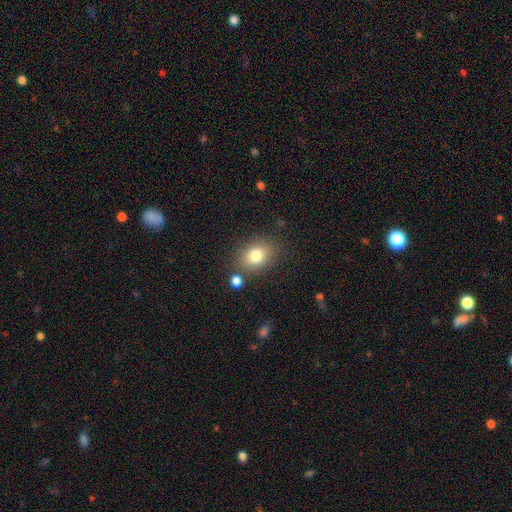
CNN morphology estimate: smooth_or_featured: smooth (p=0.78) [alt: star or artifact p=0.11]
how_rounded: in between (p=0.63) [alt: round p=0.36]
merging: none (p=0.77) [alt: minor disturbance p=0.13]